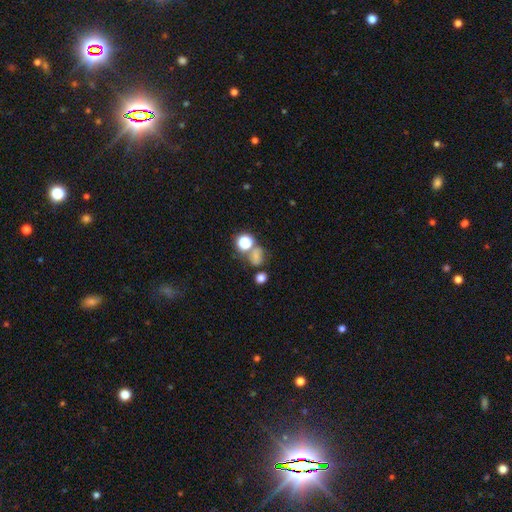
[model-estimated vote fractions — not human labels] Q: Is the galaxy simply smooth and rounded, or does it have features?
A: smooth — 59%.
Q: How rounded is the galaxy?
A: round — 53%.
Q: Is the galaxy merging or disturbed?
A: none — 44%.